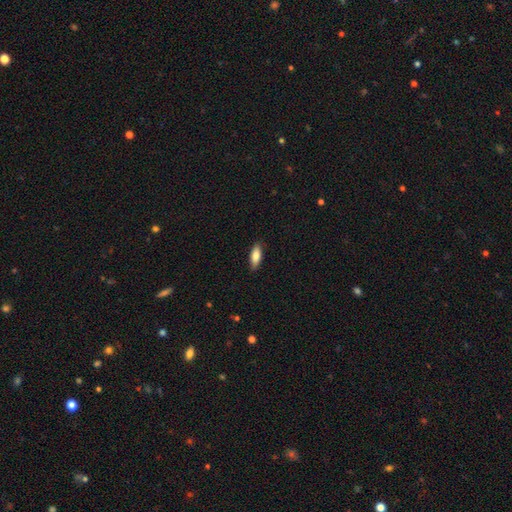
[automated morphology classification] smooth 81%, featured or disk 13%, star or artifact 6%. Down the decision tree: how rounded — in between (68%); merging — none (87%).